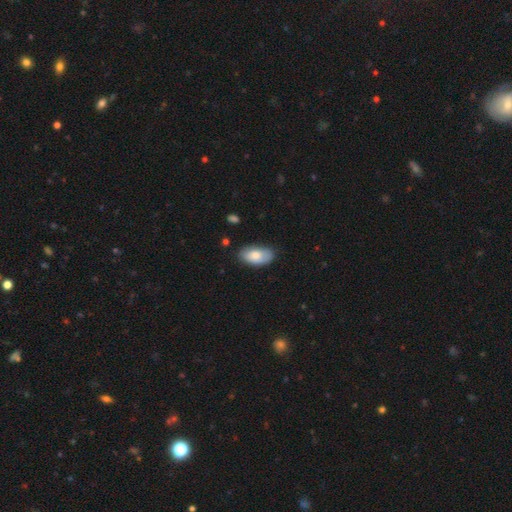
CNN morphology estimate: Q: Smooth or featured?
A: smooth (77%); runner-up: featured or disk (17%)
Q: How rounded?
A: in between (95%); runner-up: round (3%)
Q: Merging?
A: none (74%); runner-up: minor disturbance (20%)